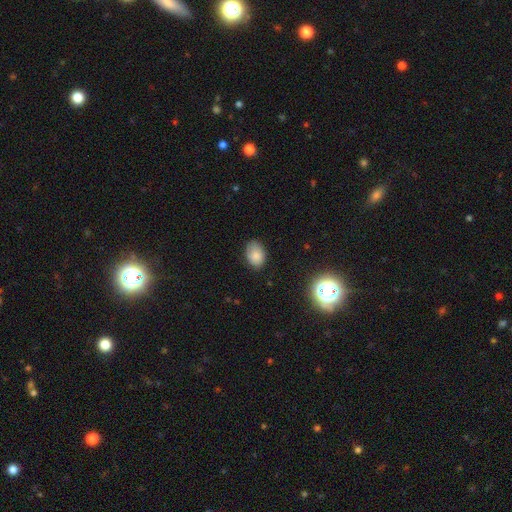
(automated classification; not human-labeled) A smooth galaxy with no disk features (81%) that is in between round and cigar-shaped (81%). Merging: none (74%).